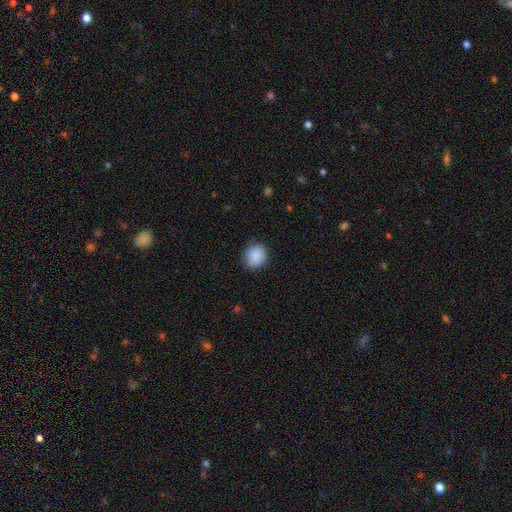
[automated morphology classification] This is clearly a smooth galaxy (89%). How rounded: likely round (75%). Merging: clearly none (84%).